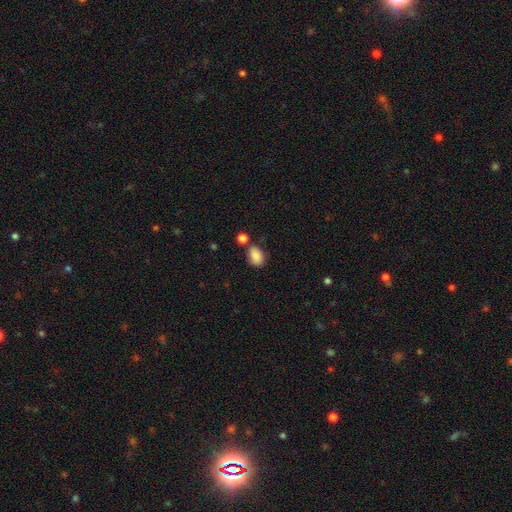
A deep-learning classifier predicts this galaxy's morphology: Overall: smooth (87%). How rounded: in between (86%). Merging: none (63%).